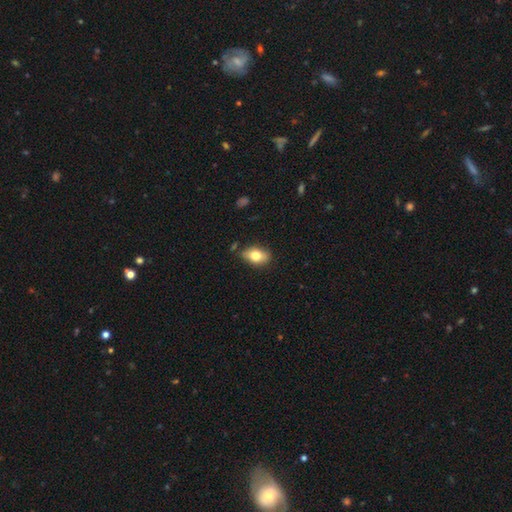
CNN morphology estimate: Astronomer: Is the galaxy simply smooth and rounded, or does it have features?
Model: smooth — 74%.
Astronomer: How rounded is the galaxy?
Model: in between — 84%.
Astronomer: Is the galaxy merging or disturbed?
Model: none — 76%.